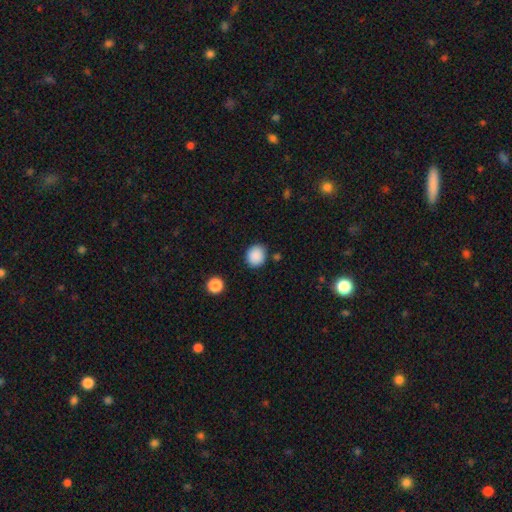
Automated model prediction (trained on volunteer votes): Smooth or featured? Predicted: smooth (p=0.88). How rounded? Predicted: round (p=0.79). Merging? Predicted: none (p=0.84).